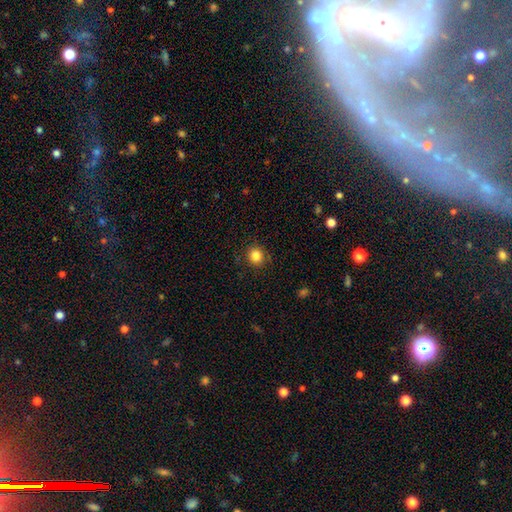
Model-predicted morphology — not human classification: type=smooth (84%); roundness=round (88%); merging=none (89%).